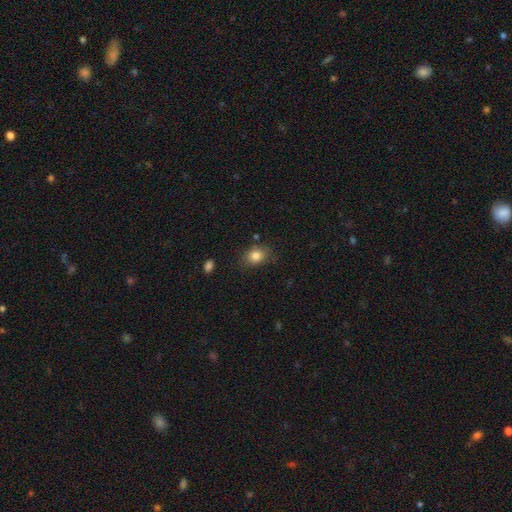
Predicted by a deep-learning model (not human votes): Overall: smooth (83%). How rounded: in between (58%; round 41%). Merging: none (75%).